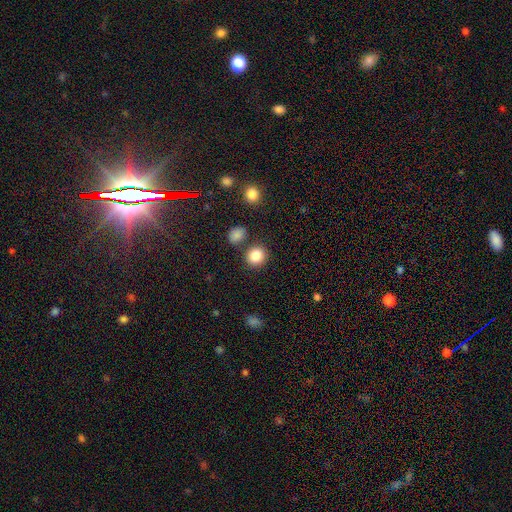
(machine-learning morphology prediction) smooth 85%, star or artifact 10%, featured or disk 5%. Down the decision tree: how rounded — round (82%); merging — none (82%).